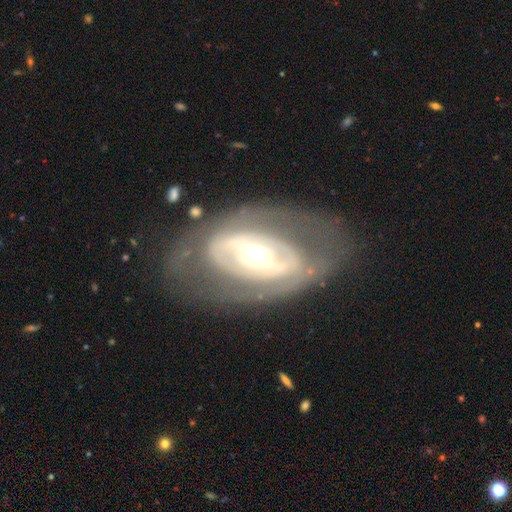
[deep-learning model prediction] A featured or disk galaxy (78%) with no bar (45%), no spiral arms (53%) and a moderate central bulge (55%).

Vote fractions:
- Smooth or featured? featured or disk: 78% / smooth: 17% / star or artifact: 5%
- Edge-on disk? no: 93% / yes: 7%
- Bar? no: 45% / strong: 28% / weak: 27%
- Spiral arms? no: 53% / yes: 47%
- Bulge size? moderate: 55% / small: 34% / large: 9% / dominant: 2% / none: 1%
- Merging? none: 71% / minor disturbance: 15% / major disturbance: 12% / merger: 2%